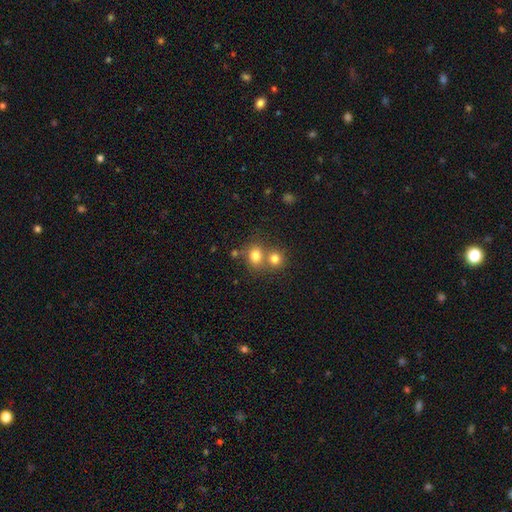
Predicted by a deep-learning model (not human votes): A smooth galaxy with no disk features (78%) that is round (69%).

Vote fractions:
- Smooth or featured? smooth: 78% / star or artifact: 12% / featured or disk: 10%
- How rounded? round: 69% / in between: 30% / cigar-shaped: 1%
- Merging? merger: 45% / none: 44% / minor disturbance: 7% / major disturbance: 3%